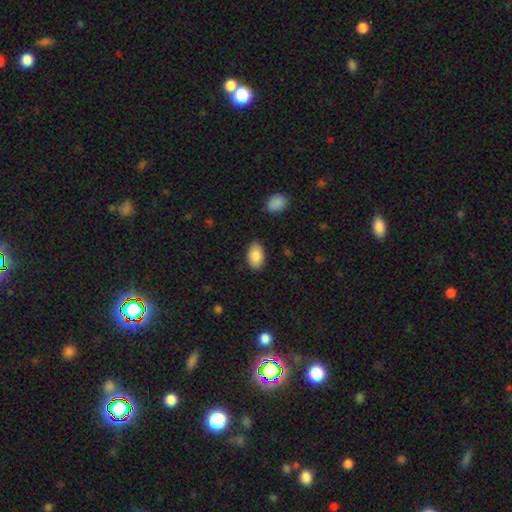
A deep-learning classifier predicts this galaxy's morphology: Smooth or featured?
  - smooth: 86% *
  - featured or disk: 8%
  - star or artifact: 7%
How rounded?
  - in between: 92% *
  - round: 7%
  - cigar-shaped: 1%
Merging?
  - none: 86% *
  - minor disturbance: 10%
  - major disturbance: 2%
  - merger: 1%